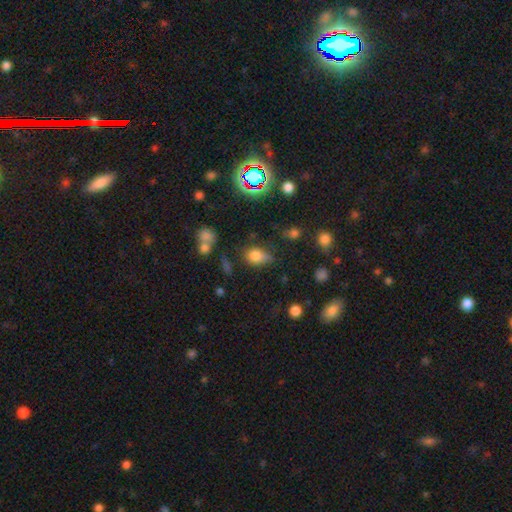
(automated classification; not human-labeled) Morphology: type=smooth (75%); roundness=in between (73%); merging=none (51%).